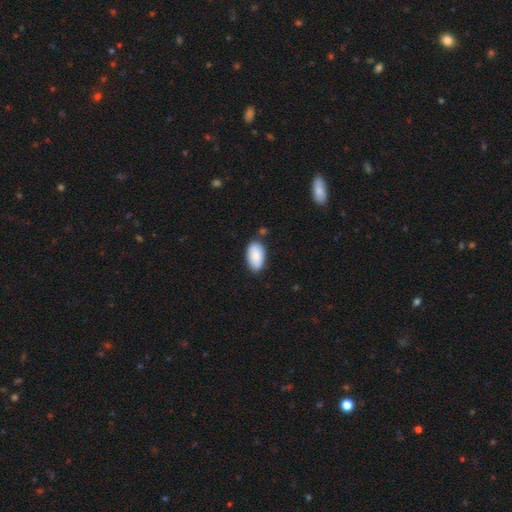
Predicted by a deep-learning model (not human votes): smooth_or_featured: smooth (p=0.86) [alt: featured or disk p=0.08]
how_rounded: in between (p=0.95) [alt: round p=0.03]
merging: none (p=0.78) [alt: minor disturbance p=0.16]